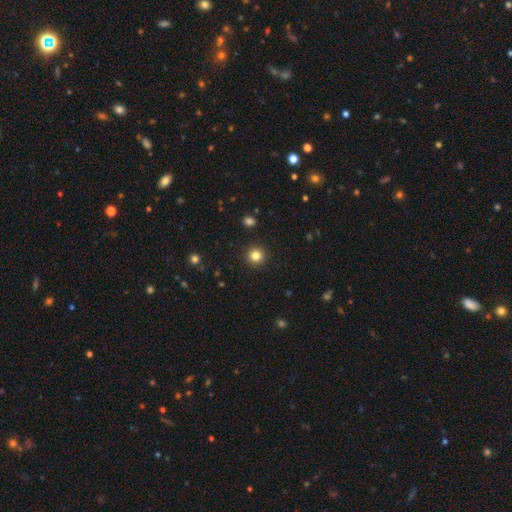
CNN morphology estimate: smooth-or-featured: smooth: 83% | star or artifact: 12% | featured or disk: 5%
  how-rounded: round: 95% | in between: 4% | cigar-shaped: 1%
  merging: none: 93% | minor disturbance: 4% | major disturbance: 2% | merger: 1%